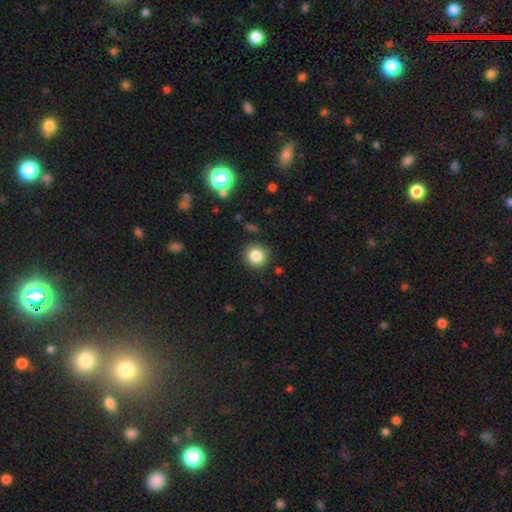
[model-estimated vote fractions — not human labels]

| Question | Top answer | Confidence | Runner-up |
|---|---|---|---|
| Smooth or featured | smooth | 84% | star or artifact (11%) |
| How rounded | round | 93% | in between (6%) |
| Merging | none | 88% | minor disturbance (8%) |